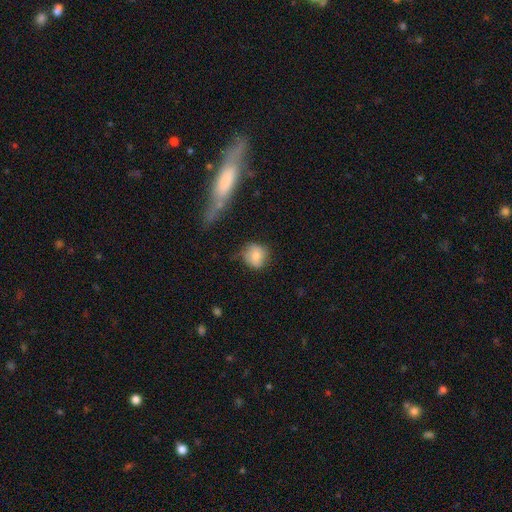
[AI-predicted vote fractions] smooth 76%, featured or disk 16%, star or artifact 8%. Down the decision tree: how rounded — round (81%); merging — none (62%).